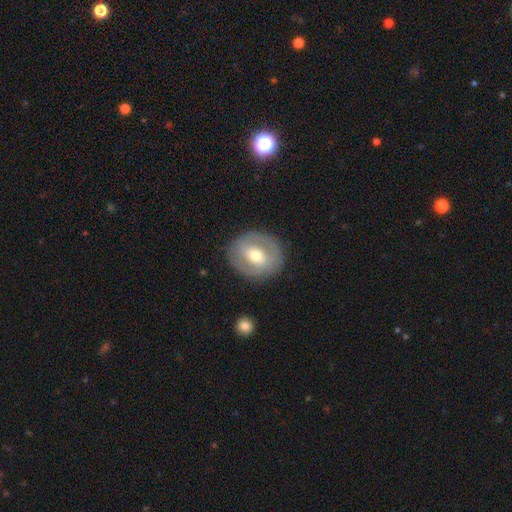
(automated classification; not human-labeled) featured or disk 54%, smooth 40%, star or artifact 6%. Down the decision tree: edge-on disk — no (94%); bar — weak (40%); spiral arms — no (64%); bulge size — moderate (72%); merging — none (83%).